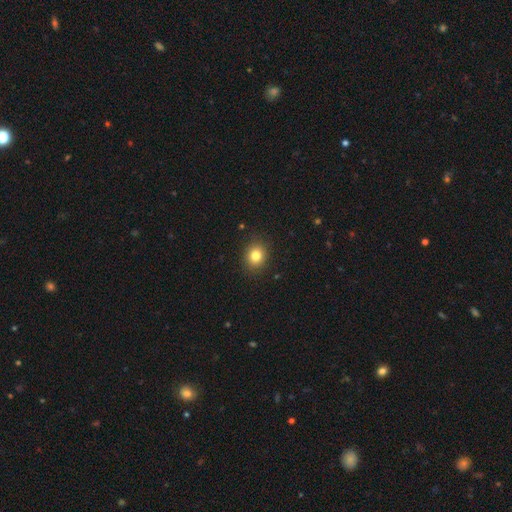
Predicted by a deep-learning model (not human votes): A smooth galaxy with no disk features (82%) that is round (71%). Merging: none (89%).